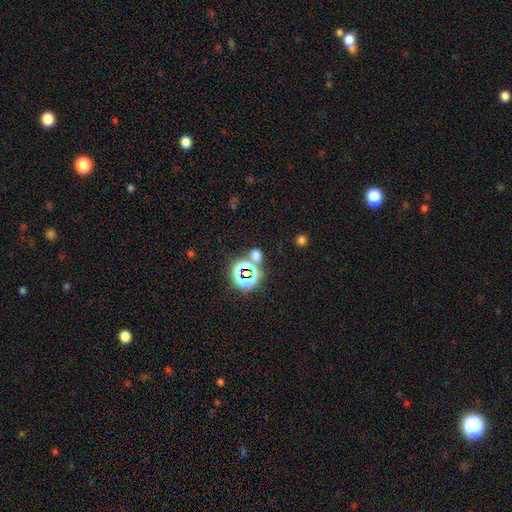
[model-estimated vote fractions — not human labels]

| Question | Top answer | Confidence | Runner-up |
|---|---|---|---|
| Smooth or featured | smooth | 47% | star or artifact (45%) |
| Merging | none | 64% | merger (20%) |